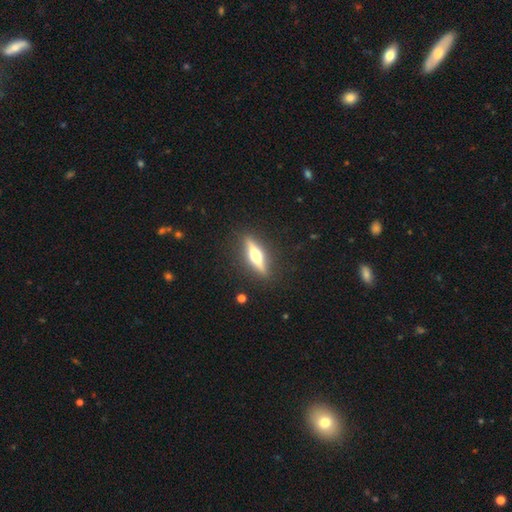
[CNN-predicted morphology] Smooth or featured: featured or disk — 70% (smooth — 24%)
Edge-on disk: yes — 96% (no — 4%)
Edge-on bulge: rounded — 95% (boxy — 3%)
Merging: none — 89% (minor disturbance — 7%)